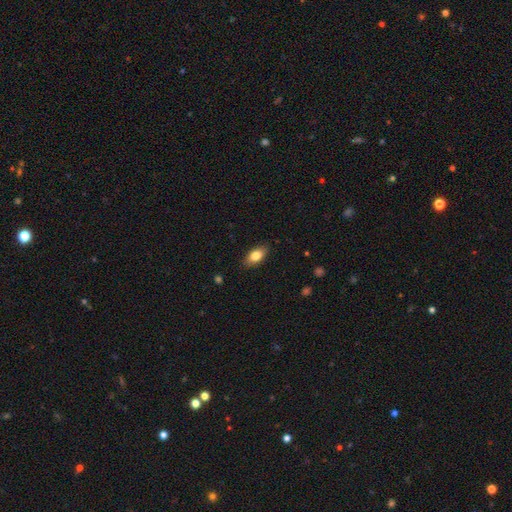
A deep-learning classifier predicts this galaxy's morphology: Smooth or featured: smooth — 81% (featured or disk — 12%)
How rounded: in between — 88% (cigar-shaped — 6%)
Merging: none — 86% (minor disturbance — 11%)